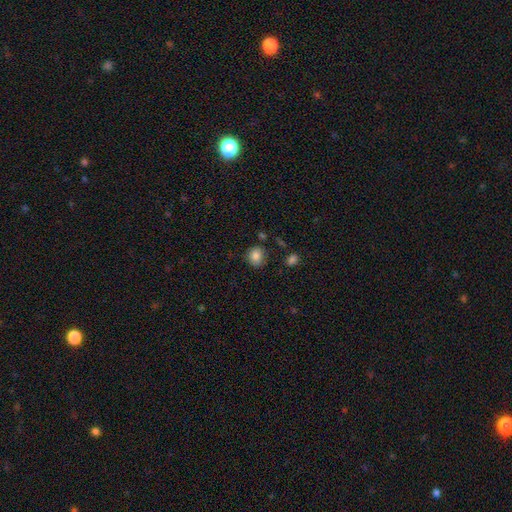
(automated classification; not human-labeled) smooth-or-featured: smooth: 84% | star or artifact: 10% | featured or disk: 6%
  how-rounded: round: 83% | in between: 16% | cigar-shaped: 1%
  merging: none: 78% | minor disturbance: 14% | merger: 4% | major disturbance: 3%